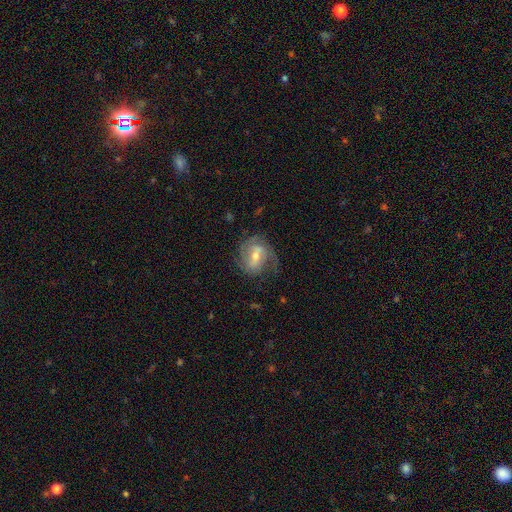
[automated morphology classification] Q: Smooth or featured?
A: featured or disk (70%); runner-up: smooth (23%)
Q: Edge-on disk?
A: no (96%); runner-up: yes (4%)
Q: Bar?
A: weak (48%); runner-up: strong (29%)
Q: Spiral arms?
A: yes (86%); runner-up: no (14%)
Q: Spiral winding?
A: medium (42%); runner-up: tight (29%)
Q: Spiral arm count?
A: 2 (52%); runner-up: can't tell (22%)
Q: Bulge size?
A: moderate (58%); runner-up: small (36%)
Q: Merging?
A: none (59%); runner-up: minor disturbance (23%)